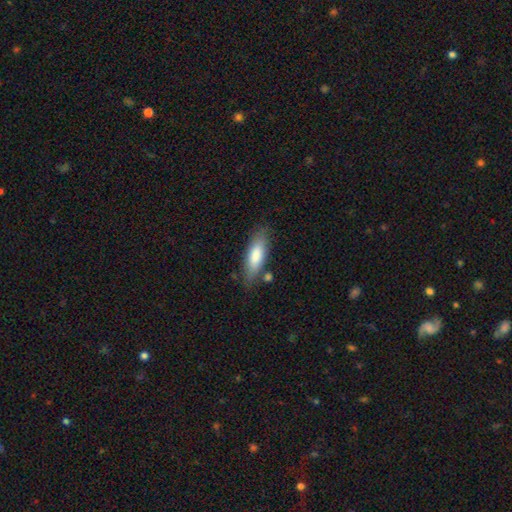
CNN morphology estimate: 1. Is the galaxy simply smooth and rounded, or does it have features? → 80% smooth, 15% featured or disk, 6% star or artifact.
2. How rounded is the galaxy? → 58% in between, 40% cigar-shaped, 2% round.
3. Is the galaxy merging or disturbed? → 73% none, 17% minor disturbance, 6% merger, 4% major disturbance.